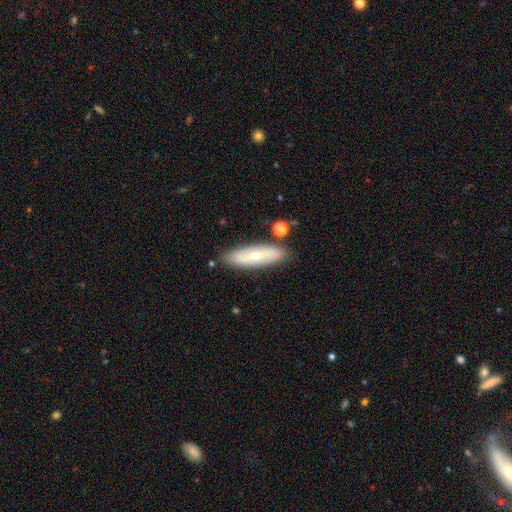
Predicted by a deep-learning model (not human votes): Smooth or featured? Predicted: smooth (p=0.50). Merging? Predicted: none (p=0.84).